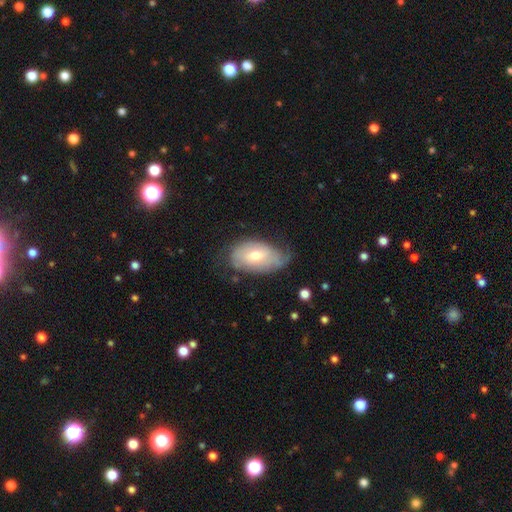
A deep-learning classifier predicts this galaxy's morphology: type=smooth (47%); merging=none (48%).